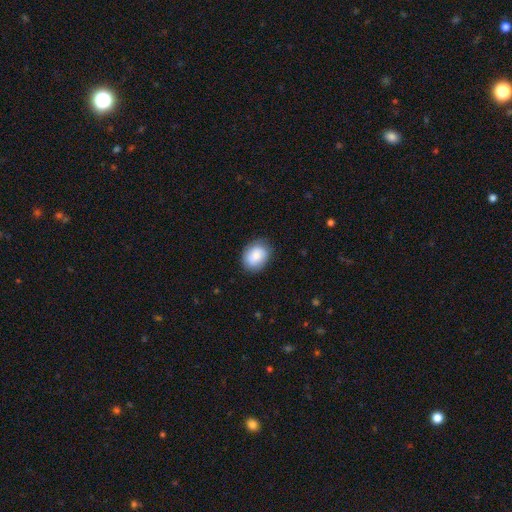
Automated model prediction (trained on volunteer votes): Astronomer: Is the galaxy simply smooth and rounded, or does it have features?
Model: smooth — 82%.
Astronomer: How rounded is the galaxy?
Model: in between — 59% (runner-up: round, 40%).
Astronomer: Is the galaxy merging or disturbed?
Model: none — 82%.